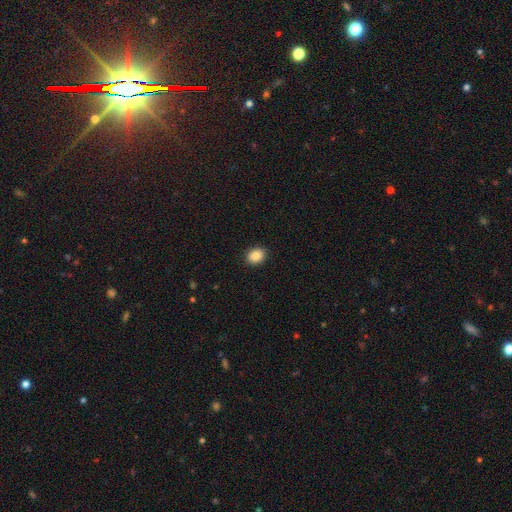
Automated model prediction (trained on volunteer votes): Smooth or featured? Predicted: smooth (p=0.88). How rounded? Predicted: round (p=0.51). Merging? Predicted: none (p=0.91).